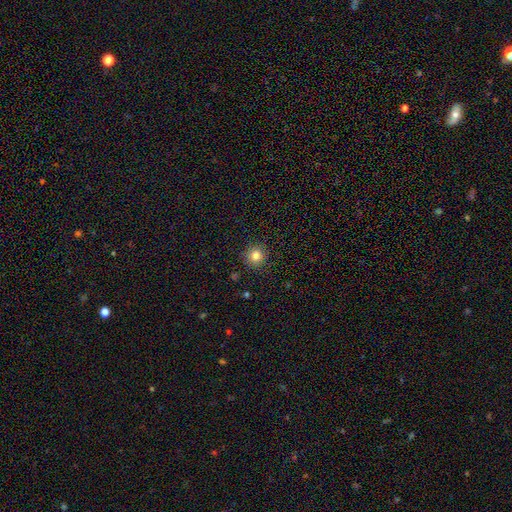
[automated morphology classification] smooth 82%, star or artifact 12%, featured or disk 6%. Down the decision tree: how rounded — round (94%); merging — none (91%).